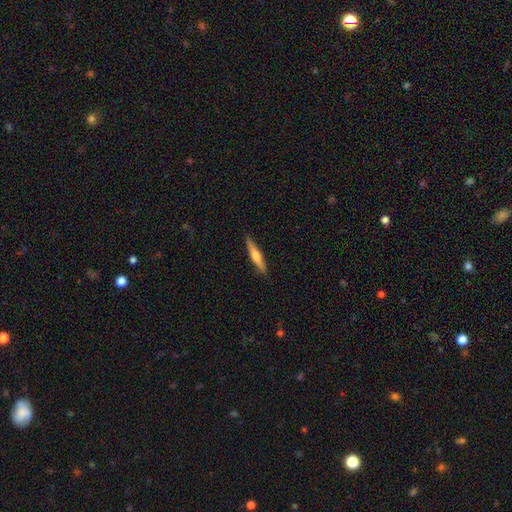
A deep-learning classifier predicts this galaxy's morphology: Smooth or featured? Predicted: smooth (p=0.48). Merging? Predicted: none (p=0.90).